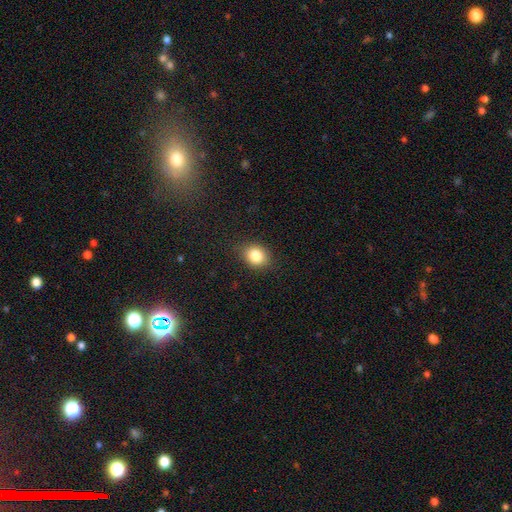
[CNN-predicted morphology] Q: Smooth or featured?
A: smooth (83%); runner-up: star or artifact (10%)
Q: How rounded?
A: round (59%); runner-up: in between (40%)
Q: Merging?
A: none (85%); runner-up: minor disturbance (11%)